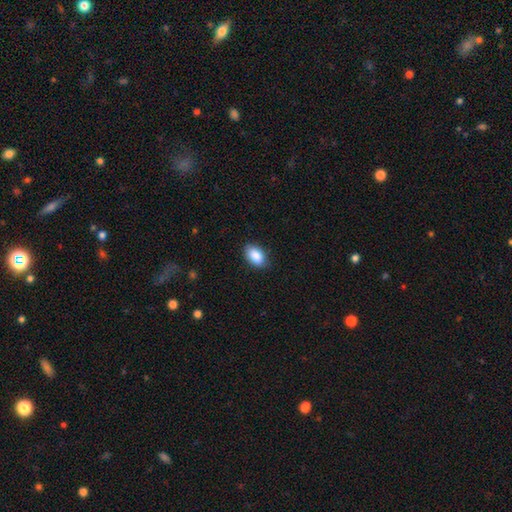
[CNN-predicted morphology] A smooth galaxy with no disk features (88%) that is in between round and cigar-shaped (91%). Merging: none (86%).